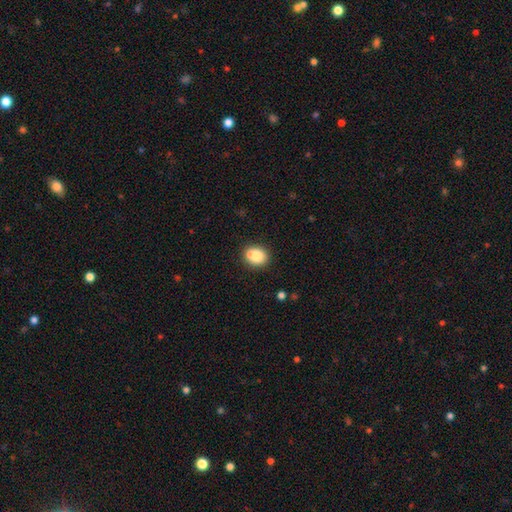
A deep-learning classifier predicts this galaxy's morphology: smooth 83%, star or artifact 9%, featured or disk 9%. Down the decision tree: how rounded — round (53%); merging — none (76%).